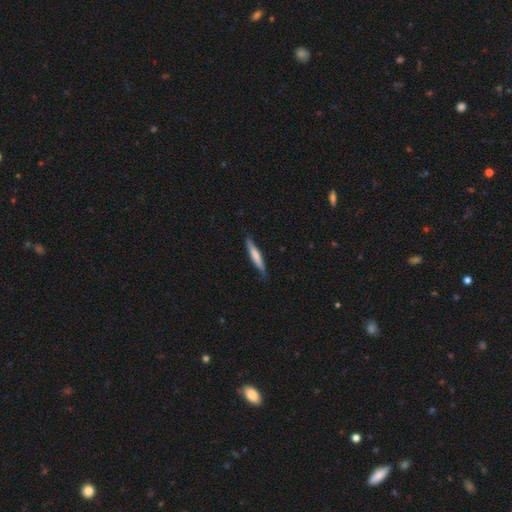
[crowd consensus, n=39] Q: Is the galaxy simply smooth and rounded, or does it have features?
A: smooth — 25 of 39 (64%).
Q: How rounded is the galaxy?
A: cigar-shaped — 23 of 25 (92%).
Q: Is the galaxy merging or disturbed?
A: none — 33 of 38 (87%).